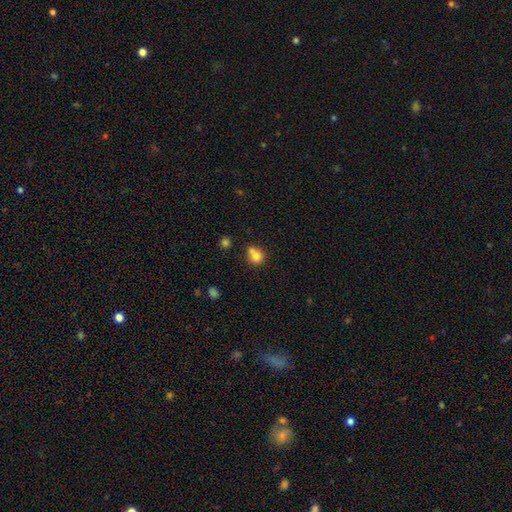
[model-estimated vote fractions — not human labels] Morphology: type=smooth (78%); roundness=round (75%); merging=merger (41%, tied with none).